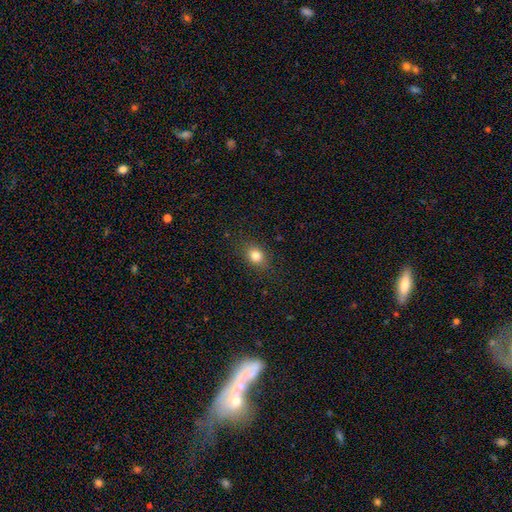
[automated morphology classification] type=smooth (81%); roundness=round (52%); merging=none (86%).